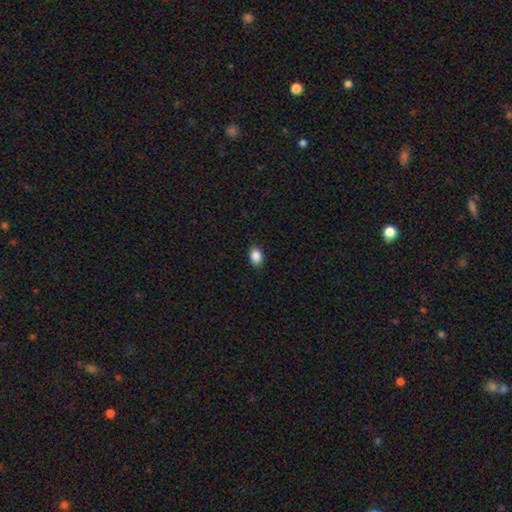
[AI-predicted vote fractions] This is clearly a smooth galaxy (88%). How rounded: likely in between (77%). Merging: clearly none (89%).